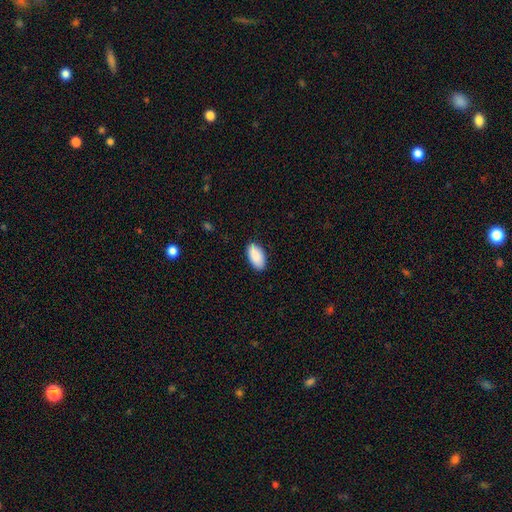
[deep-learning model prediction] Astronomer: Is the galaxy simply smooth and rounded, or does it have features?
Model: smooth — 91%.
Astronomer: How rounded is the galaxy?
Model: in between — 95%.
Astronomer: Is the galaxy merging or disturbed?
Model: none — 88%.